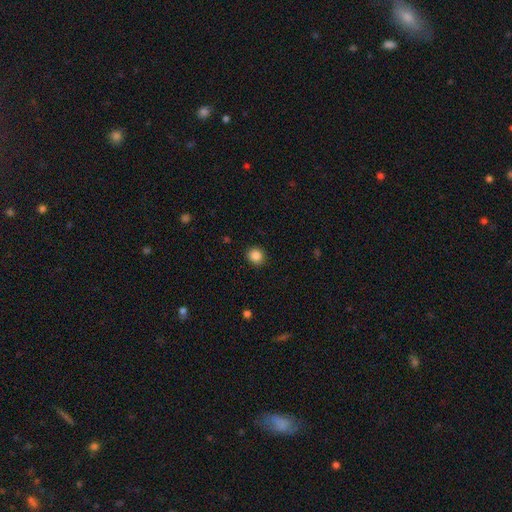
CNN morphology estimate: smooth 86%, star or artifact 10%, featured or disk 4%. Down the decision tree: how rounded — round (86%); merging — none (91%).